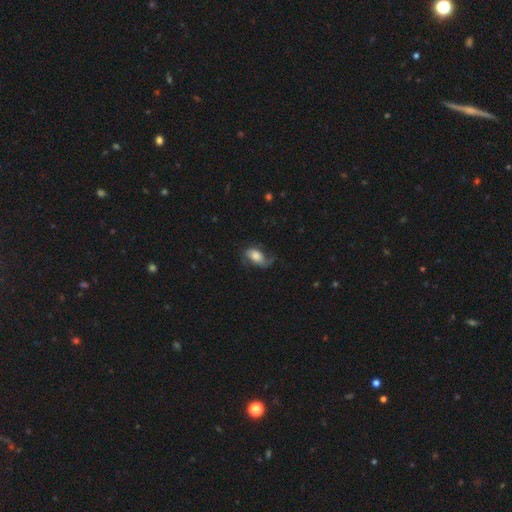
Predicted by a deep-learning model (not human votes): Morphology: type=smooth (53%); roundness=in between (89%); merging=none (47%).